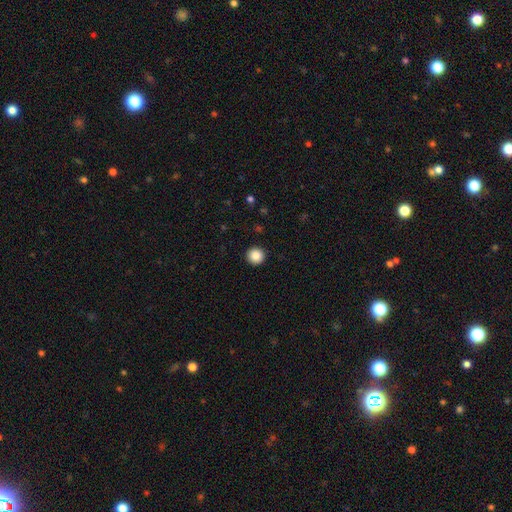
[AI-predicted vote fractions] Smooth or featured?
  - smooth: 87% *
  - star or artifact: 9%
  - featured or disk: 4%
How rounded?
  - round: 96% *
  - in between: 3%
  - cigar-shaped: 1%
Merging?
  - none: 93% *
  - minor disturbance: 4%
  - major disturbance: 2%
  - merger: 1%